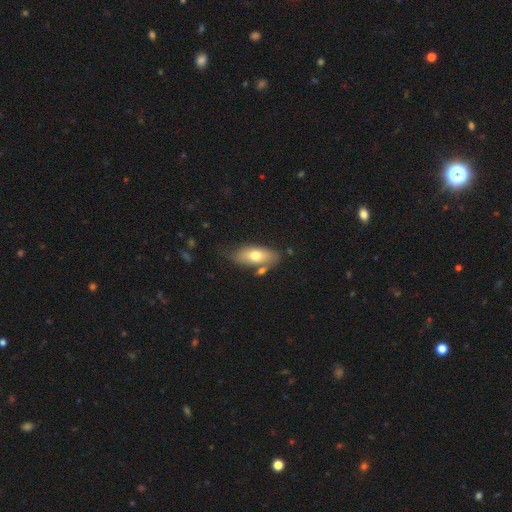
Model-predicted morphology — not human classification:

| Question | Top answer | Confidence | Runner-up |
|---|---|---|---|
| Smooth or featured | smooth | 69% | featured or disk (24%) |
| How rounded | in between | 86% | cigar-shaped (11%) |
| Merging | none | 61% | minor disturbance (21%) |